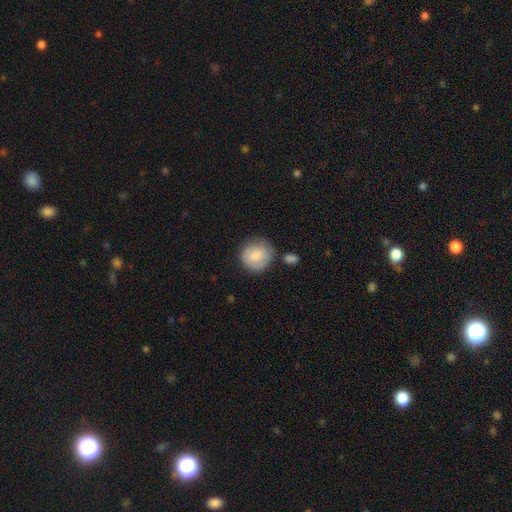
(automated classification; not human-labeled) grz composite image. It shows a smooth galaxy with no disk features (81%) that is round (90%). Merging: none (67%).